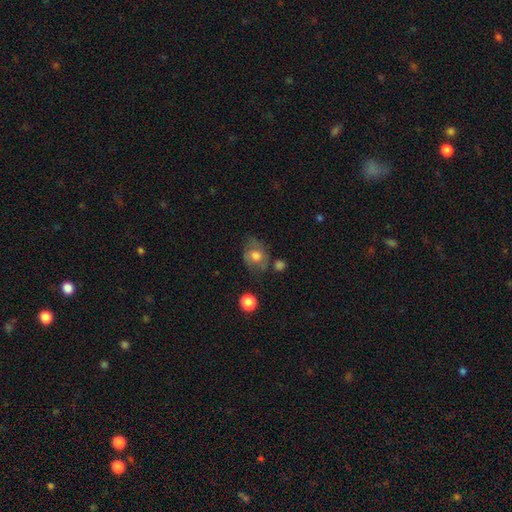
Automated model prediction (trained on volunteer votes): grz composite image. It shows a smooth galaxy with no disk features (62%) that is round (52%). Merging: none (54%).